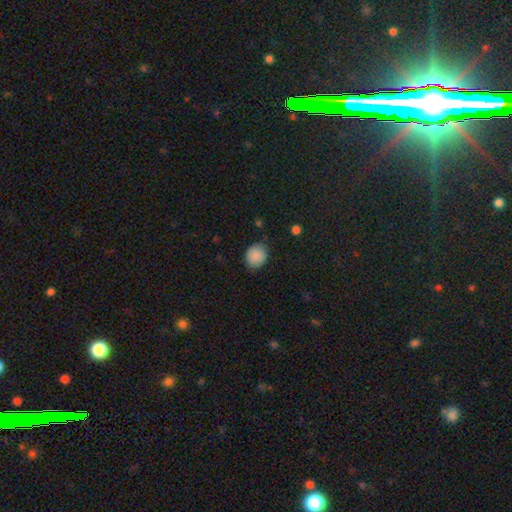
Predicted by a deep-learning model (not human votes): smooth_or_featured: smooth (p=0.88) [alt: star or artifact p=0.08]
how_rounded: round (p=0.75) [alt: in between p=0.24]
merging: none (p=0.79) [alt: minor disturbance p=0.16]